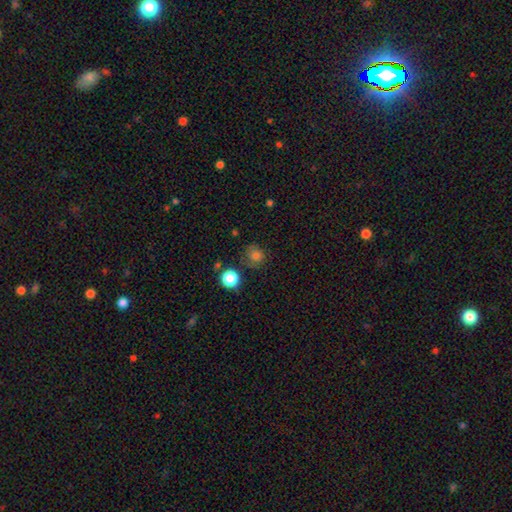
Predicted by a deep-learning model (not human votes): Overall: smooth (78%). How rounded: round (85%). Merging: none (71%).